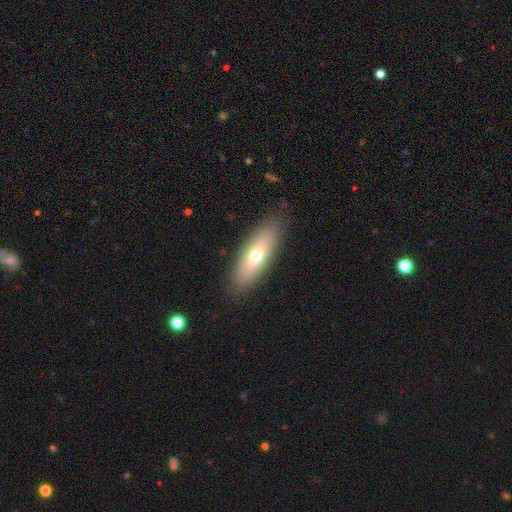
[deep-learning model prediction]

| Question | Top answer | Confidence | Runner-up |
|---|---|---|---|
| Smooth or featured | smooth | 64% | featured or disk (28%) |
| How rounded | in between | 56% | cigar-shaped (41%) |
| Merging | none | 87% | minor disturbance (9%) |